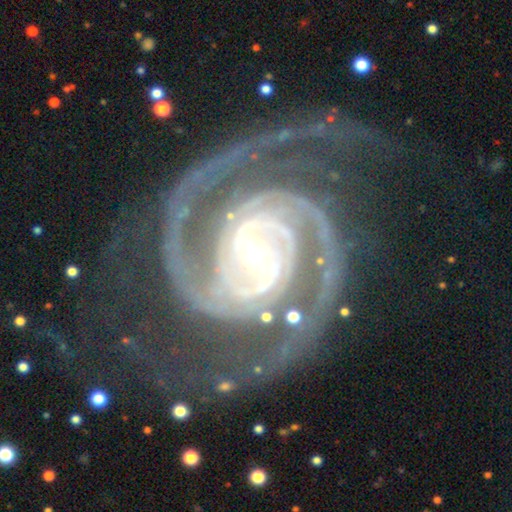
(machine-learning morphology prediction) Q: Smooth or featured?
A: featured or disk (94%); runner-up: star or artifact (4%)
Q: Edge-on disk?
A: no (98%); runner-up: yes (2%)
Q: Bar?
A: strong (52%); runner-up: weak (34%)
Q: Spiral arms?
A: yes (99%); runner-up: no (1%)
Q: Spiral winding?
A: tight (46%); tied with: medium (46%)
Q: Spiral arm count?
A: 2 (67%); runner-up: 3 (12%)
Q: Bulge size?
A: small (55%); runner-up: moderate (40%)
Q: Merging?
A: none (69%); runner-up: major disturbance (14%)